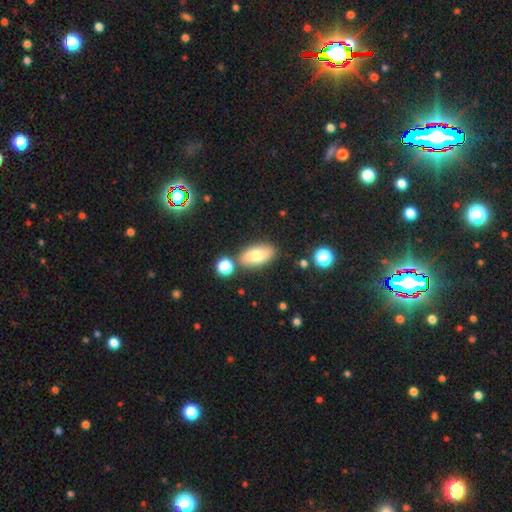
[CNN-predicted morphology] Smooth or featured: smooth — 73% (featured or disk — 19%)
How rounded: in between — 88% (cigar-shaped — 7%)
Merging: none — 79% (minor disturbance — 11%)